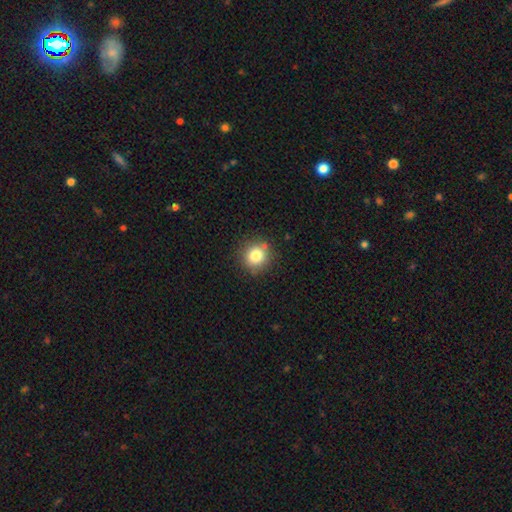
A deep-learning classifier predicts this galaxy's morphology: smooth 80%, star or artifact 12%, featured or disk 8%. Down the decision tree: how rounded — round (90%); merging — none (83%).